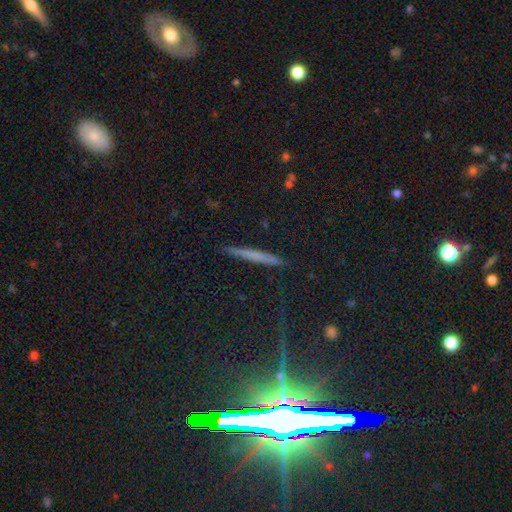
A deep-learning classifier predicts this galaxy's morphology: smooth-or-featured: smooth: 47% | featured or disk: 39% | star or artifact: 14%
  merging: none: 90% | minor disturbance: 7% | major disturbance: 2% | merger: 1%